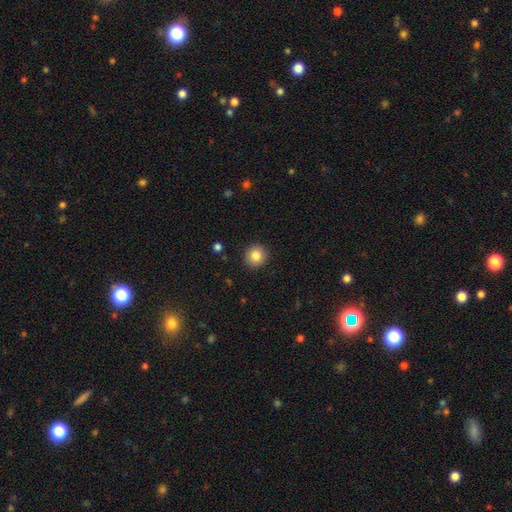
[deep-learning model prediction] A smooth galaxy with no disk features (84%) that is round (92%).

Vote fractions:
- Smooth or featured? smooth: 84% / star or artifact: 10% / featured or disk: 6%
- How rounded? round: 92% / in between: 7% / cigar-shaped: 1%
- Merging? none: 91% / minor disturbance: 6% / major disturbance: 2% / merger: 1%